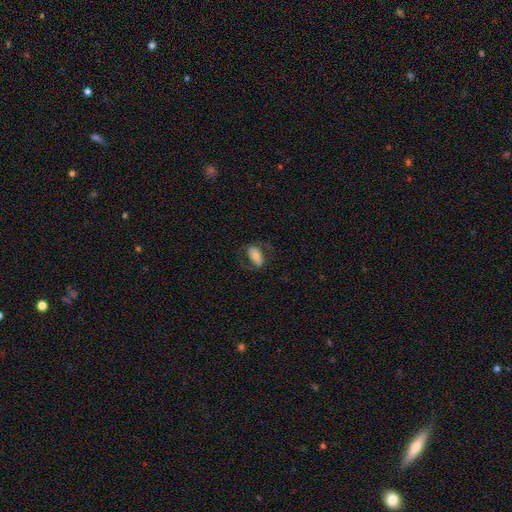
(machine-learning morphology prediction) Smooth or featured?
  - smooth: 54% *
  - featured or disk: 39%
  - star or artifact: 7%
How rounded?
  - in between: 89% *
  - cigar-shaped: 6%
  - round: 5%
Merging?
  - none: 65% *
  - minor disturbance: 18%
  - major disturbance: 16%
  - merger: 2%